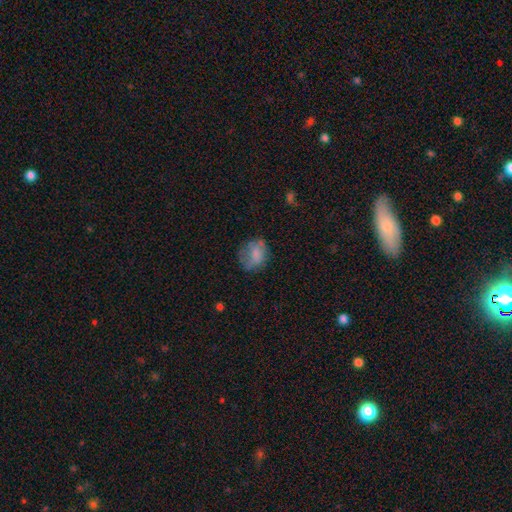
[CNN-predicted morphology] A smooth galaxy with no disk features (70%) that is round (52%). Merging: none (57%).